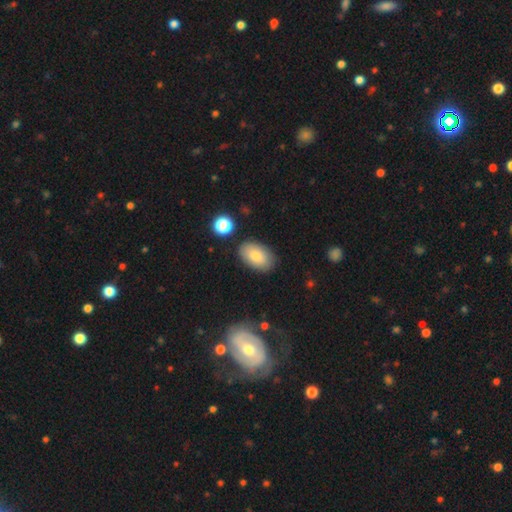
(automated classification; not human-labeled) Smooth or featured: smooth — 80% (featured or disk — 12%)
How rounded: in between — 92% (round — 7%)
Merging: none — 84% (minor disturbance — 11%)